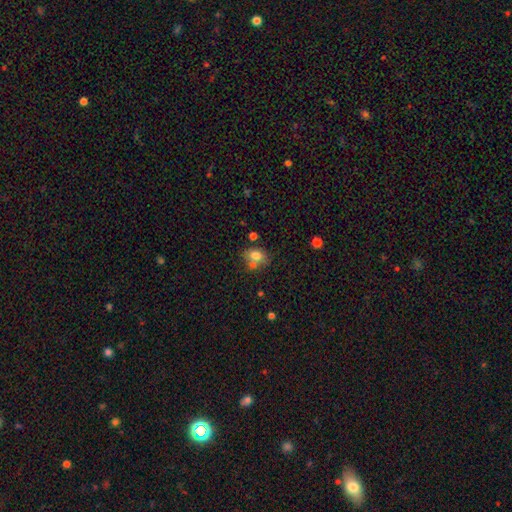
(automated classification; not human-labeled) Smooth or featured?
  - smooth: 75% *
  - featured or disk: 14%
  - star or artifact: 11%
How rounded?
  - in between: 60% *
  - round: 39%
  - cigar-shaped: 1%
Merging?
  - none: 51% *
  - merger: 28%
  - minor disturbance: 16%
  - major disturbance: 6%